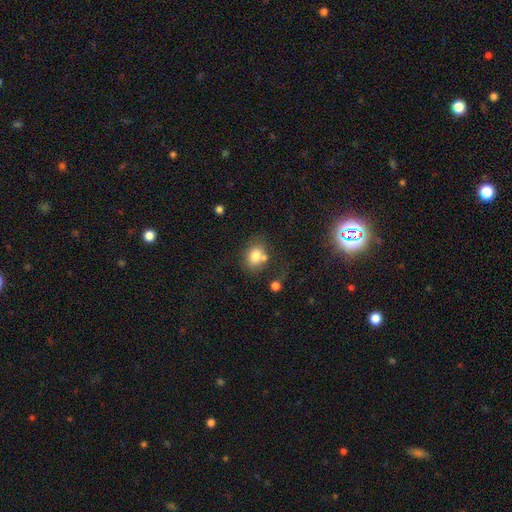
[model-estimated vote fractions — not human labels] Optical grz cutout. It shows a smooth galaxy with no disk features (78%) that is round (55%). Merging: none (56%).